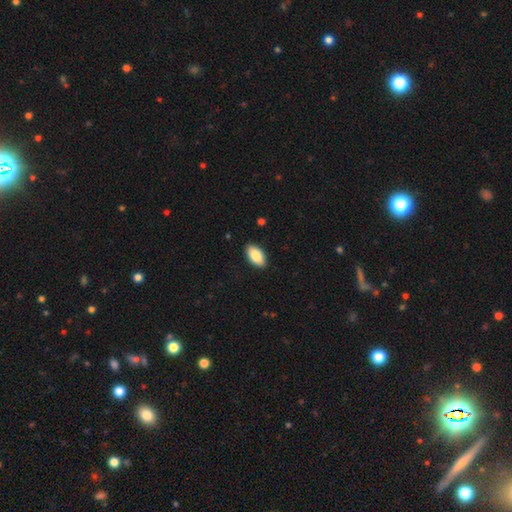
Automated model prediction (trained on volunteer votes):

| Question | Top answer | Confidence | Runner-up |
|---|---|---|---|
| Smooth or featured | smooth | 85% | featured or disk (8%) |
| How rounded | in between | 94% | cigar-shaped (3%) |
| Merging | none | 90% | minor disturbance (8%) |